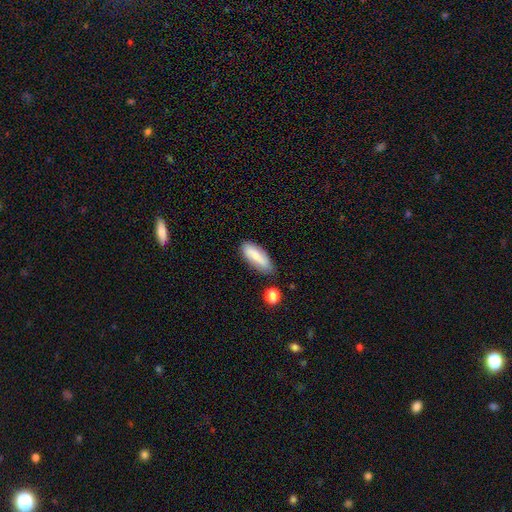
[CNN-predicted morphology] This is likely a smooth galaxy (71%). How rounded: likely in between (67%). Merging: likely none (76%).